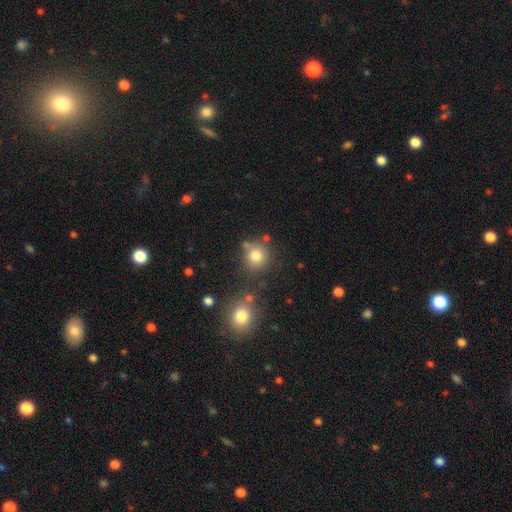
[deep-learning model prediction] Smooth or featured?
  - smooth: 80% *
  - star or artifact: 13%
  - featured or disk: 8%
How rounded?
  - round: 90% *
  - in between: 9%
  - cigar-shaped: 1%
Merging?
  - none: 73% *
  - merger: 12%
  - minor disturbance: 11%
  - major disturbance: 4%